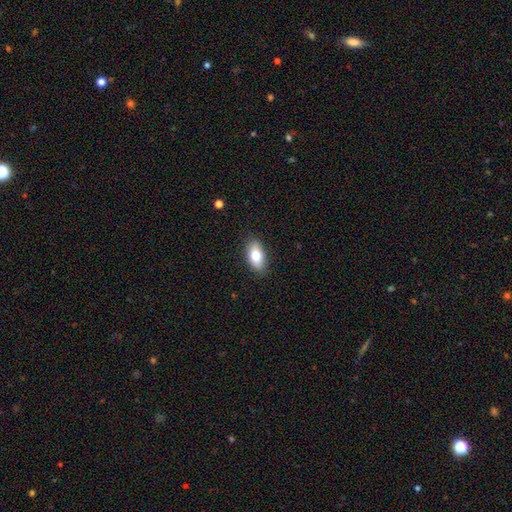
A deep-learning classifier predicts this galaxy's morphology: This appears to be a smooth galaxy with no disk features (78%) that is in between round and cigar-shaped (90%). Merging: none (88%).